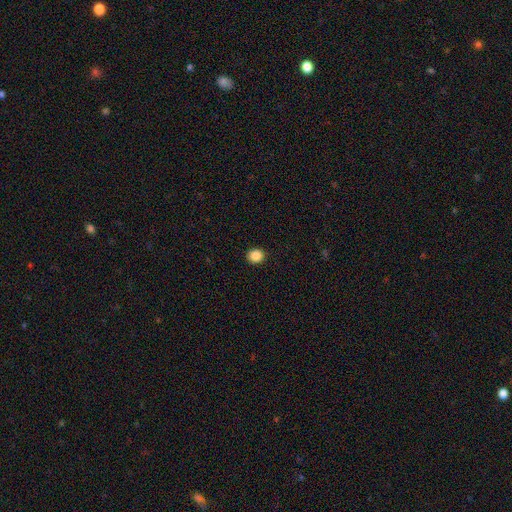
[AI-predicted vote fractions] The model was most divided on "how rounded": round: 81%, in between: 18%, cigar-shaped: 1%. More confident: merging — none (93%); smooth or featured — smooth (87%).